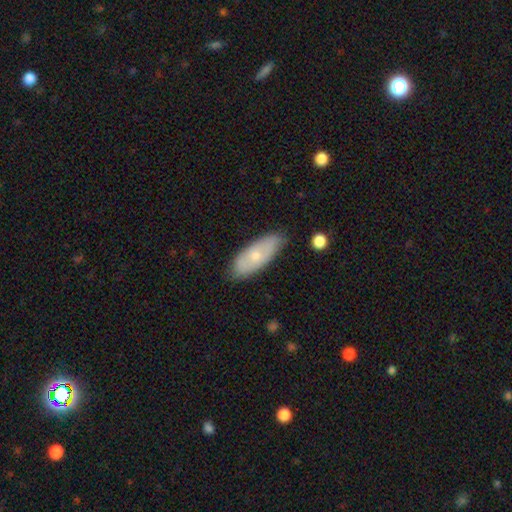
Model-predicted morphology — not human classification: This appears to be a smooth galaxy with no disk features (59%) that is in between round and cigar-shaped (77%). Merging: none (79%).